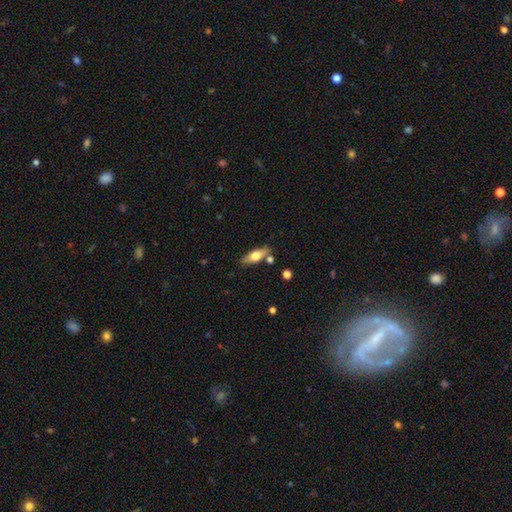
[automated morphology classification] Overall: smooth (55%; featured or disk 38%). How rounded: in between (61%; cigar-shaped 35%). Merging: none (75%).